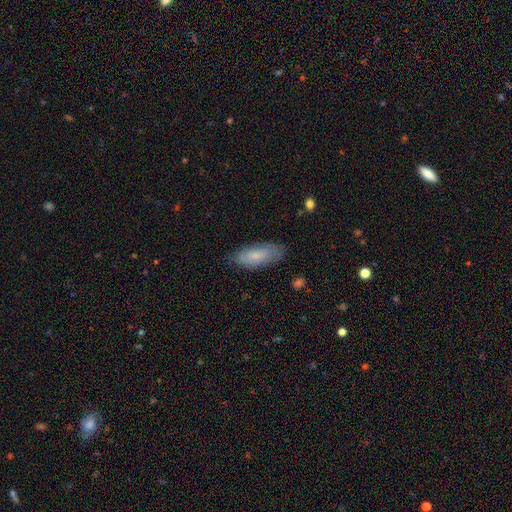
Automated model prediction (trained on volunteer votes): A smooth galaxy with no disk features (71%) that is in between round and cigar-shaped (76%). Merging: none (76%).